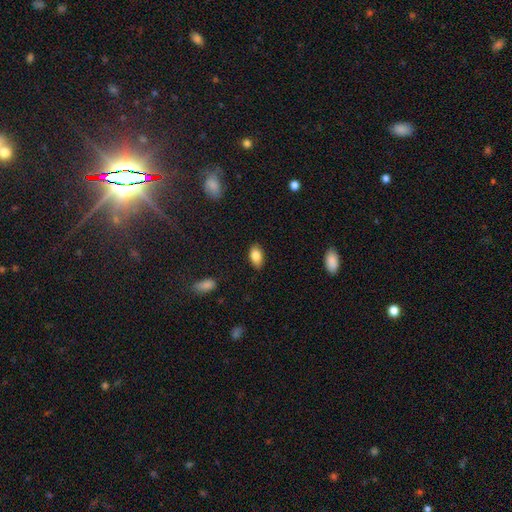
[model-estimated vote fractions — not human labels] Overall: smooth (83%). How rounded: in between (91%). Merging: none (86%).